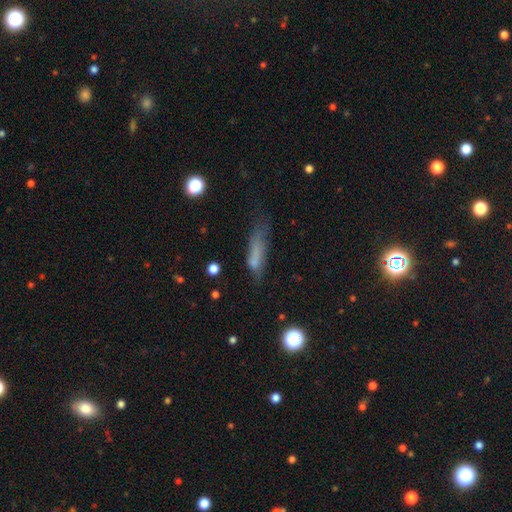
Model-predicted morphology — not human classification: A smooth galaxy with no disk features (63%) that is cigar-shaped (69%).

Vote fractions:
- Smooth or featured? smooth: 63% / featured or disk: 23% / star or artifact: 13%
- How rounded? cigar-shaped: 69% / in between: 28% / round: 3%
- Merging? none: 44% / minor disturbance: 30% / major disturbance: 21% / merger: 4%